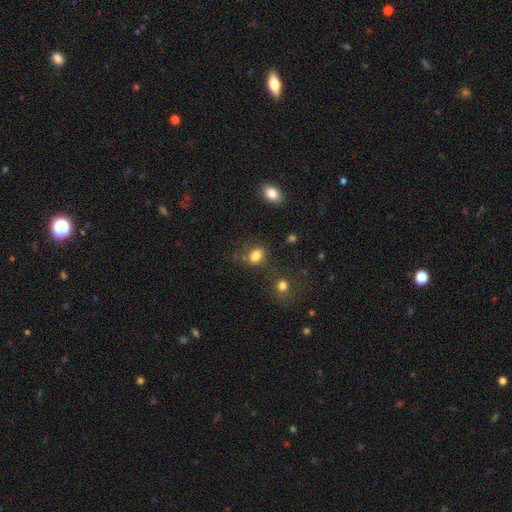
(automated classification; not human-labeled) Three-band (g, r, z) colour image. It shows a smooth galaxy with no disk features (82%) that is in between round and cigar-shaped (68%). Merging: none (62%).